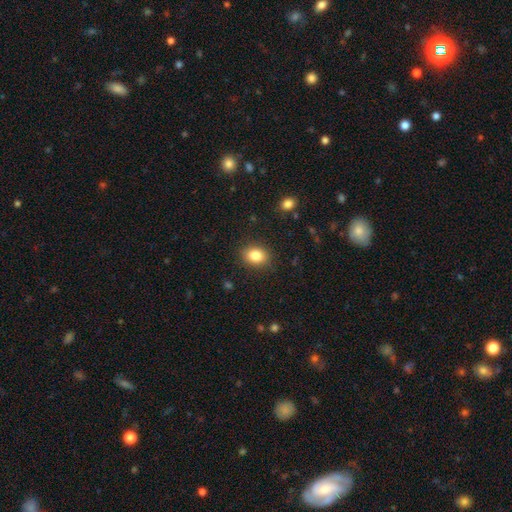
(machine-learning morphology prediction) smooth-or-featured: smooth: 84% | star or artifact: 10% | featured or disk: 6%
  how-rounded: in between: 54% | round: 45% | cigar-shaped: 1%
  merging: none: 87% | minor disturbance: 9% | major disturbance: 3% | merger: 1%